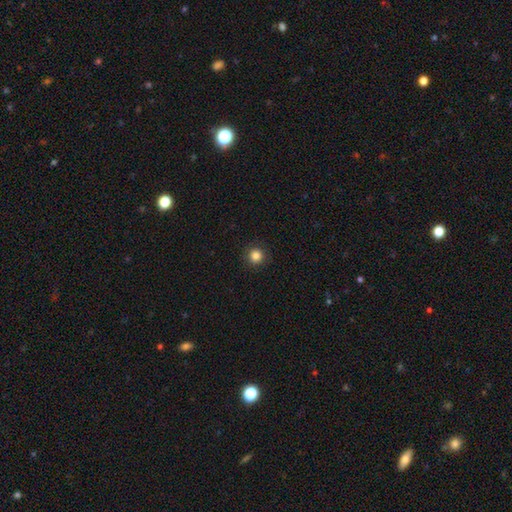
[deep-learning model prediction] The model was most divided on "smooth or featured": smooth: 84%, star or artifact: 11%, featured or disk: 4%. More confident: how rounded — round (95%); merging — none (92%).